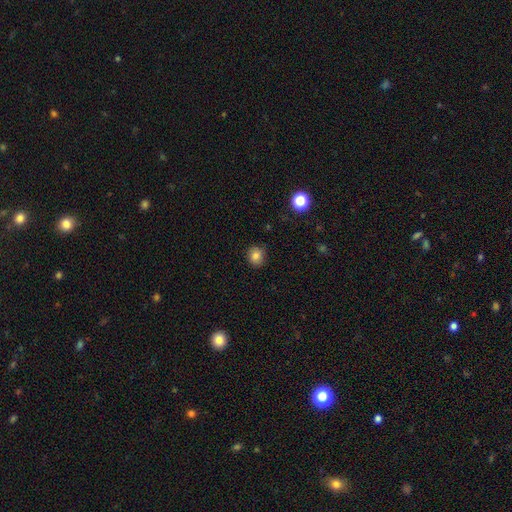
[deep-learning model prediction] smooth-or-featured: smooth: 82% | star or artifact: 12% | featured or disk: 6%
  how-rounded: round: 82% | in between: 17% | cigar-shaped: 1%
  merging: none: 86% | minor disturbance: 11% | major disturbance: 2% | merger: 1%